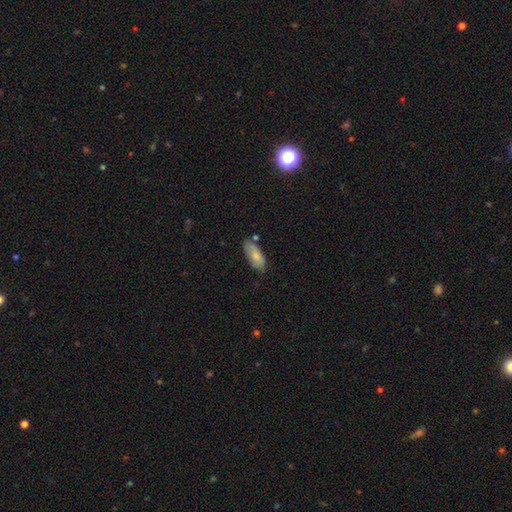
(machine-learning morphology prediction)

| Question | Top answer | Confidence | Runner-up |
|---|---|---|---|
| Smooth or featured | smooth | 80% | featured or disk (13%) |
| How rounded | in between | 80% | cigar-shaped (18%) |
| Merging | none | 71% | minor disturbance (20%) |